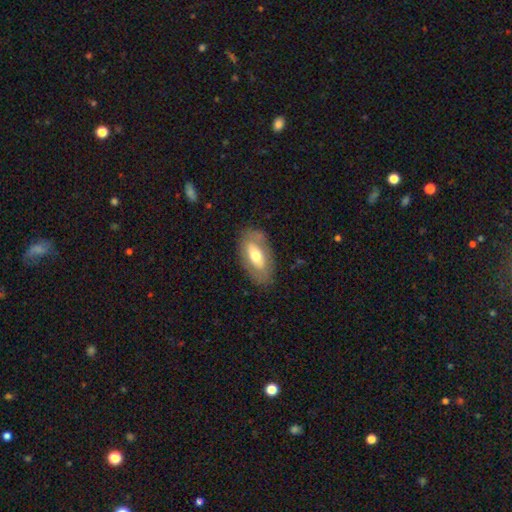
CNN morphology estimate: Smooth or featured: smooth — 50% (featured or disk — 44%)
Merging: none — 78% (minor disturbance — 15%)